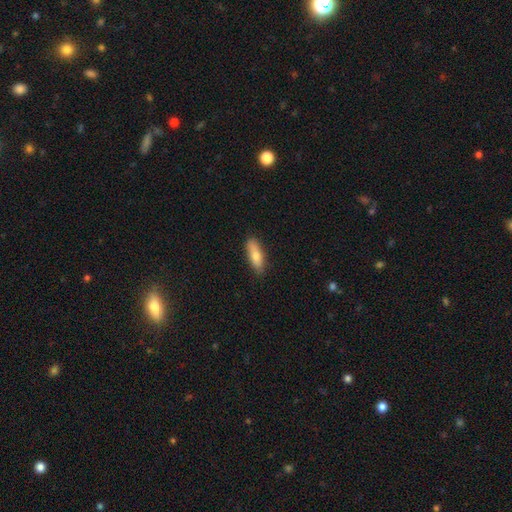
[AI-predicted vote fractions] This is likely a smooth galaxy (73%). How rounded: possibly cigar-shaped (50%). Merging: clearly none (84%).